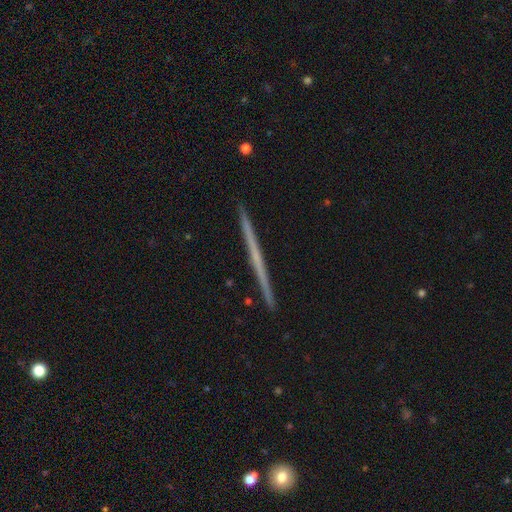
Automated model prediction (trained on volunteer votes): Smooth or featured: featured or disk — 65% (smooth — 29%)
Edge-on disk: yes — 98% (no — 2%)
Edge-on bulge: none — 84% (rounded — 13%)
Merging: none — 92% (minor disturbance — 5%)